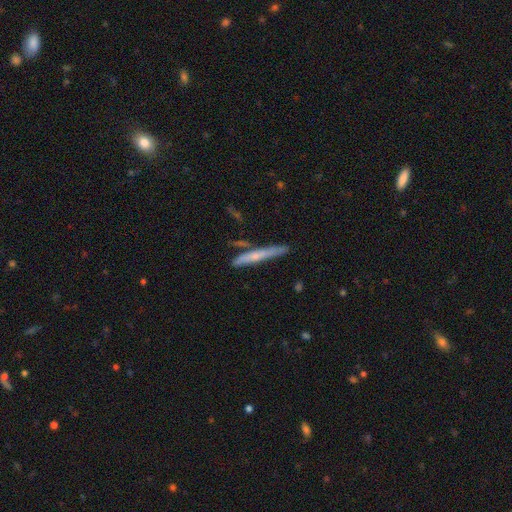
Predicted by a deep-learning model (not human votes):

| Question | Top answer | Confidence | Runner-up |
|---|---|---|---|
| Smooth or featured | smooth | 51% | featured or disk (43%) |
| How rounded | cigar-shaped | 94% | in between (4%) |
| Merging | none | 70% | minor disturbance (18%) |